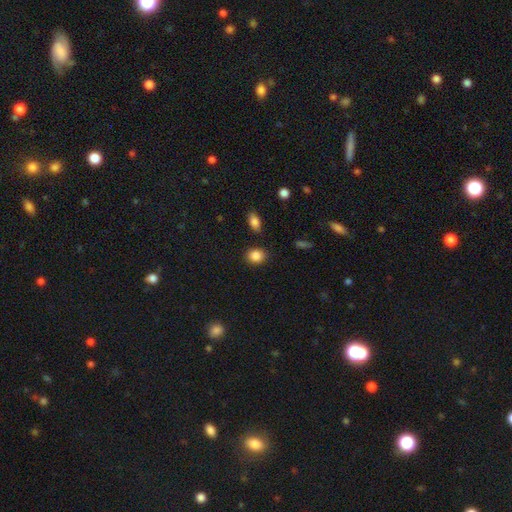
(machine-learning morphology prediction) Overall: smooth (88%). How rounded: round (56%; in between 42%). Merging: none (85%).